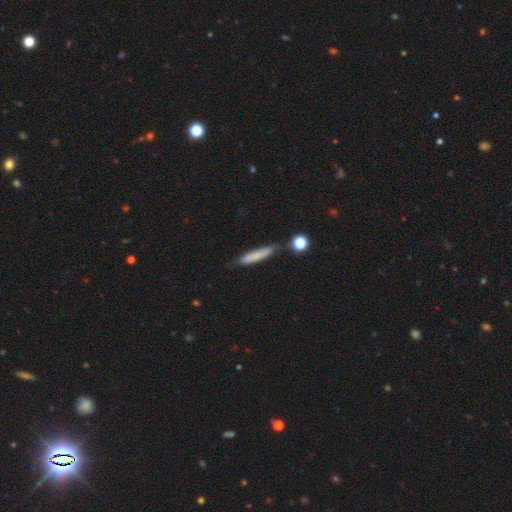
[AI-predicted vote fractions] Overall: smooth (74%). How rounded: cigar-shaped (87%). Merging: none (70%).